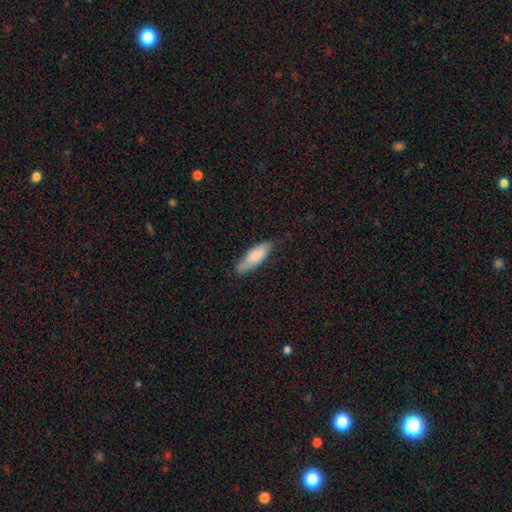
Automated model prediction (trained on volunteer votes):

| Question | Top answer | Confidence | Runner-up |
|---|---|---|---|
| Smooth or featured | smooth | 75% | featured or disk (20%) |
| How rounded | in between | 56% | cigar-shaped (42%) |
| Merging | none | 71% | minor disturbance (23%) |